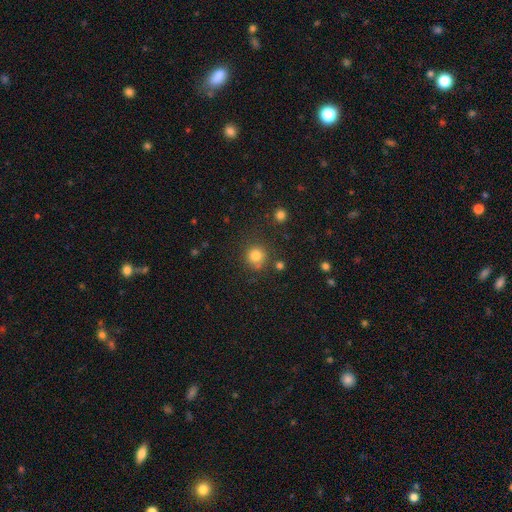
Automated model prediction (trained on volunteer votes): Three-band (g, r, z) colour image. It shows a smooth galaxy with no disk features (81%) that is round (91%). Merging: none (77%).